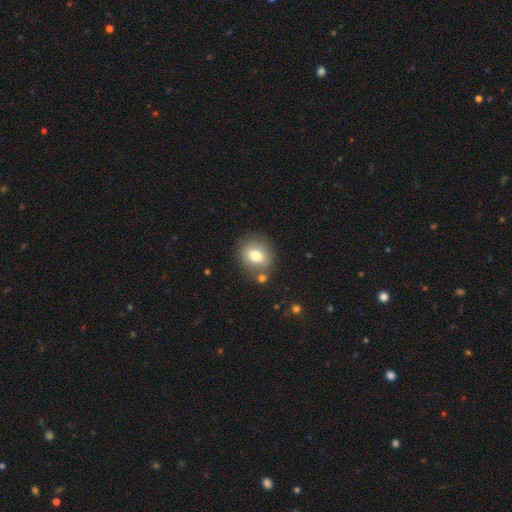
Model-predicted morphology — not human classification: This is likely a smooth galaxy (75%). How rounded: likely round (68%). Merging: likely none (73%).